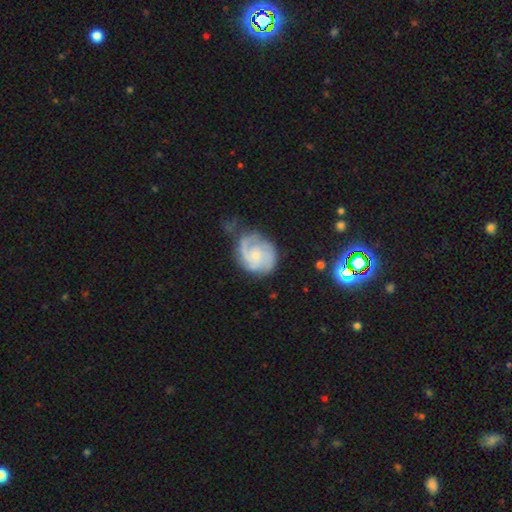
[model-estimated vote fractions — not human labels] Smooth or featured? featured or disk (78%)
Edge-on disk? no (98%)
Bar? no (70%)
Spiral arms? yes (95%)
Spiral winding? tight (46%)
Spiral arm count? 2 (35%)
Bulge size? small (68%)
Merging? none (55%)